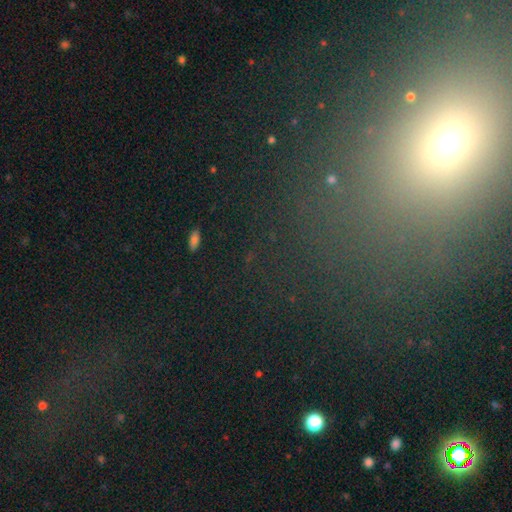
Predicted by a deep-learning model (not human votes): A star or artifact, not a galaxy (55%).